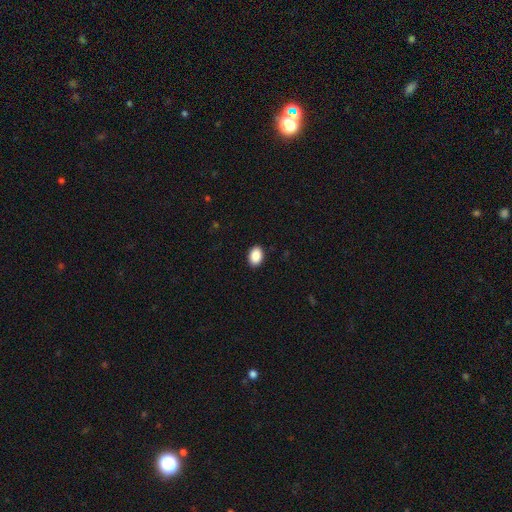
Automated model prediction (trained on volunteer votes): Overall: smooth (90%). How rounded: in between (83%). Merging: none (91%).